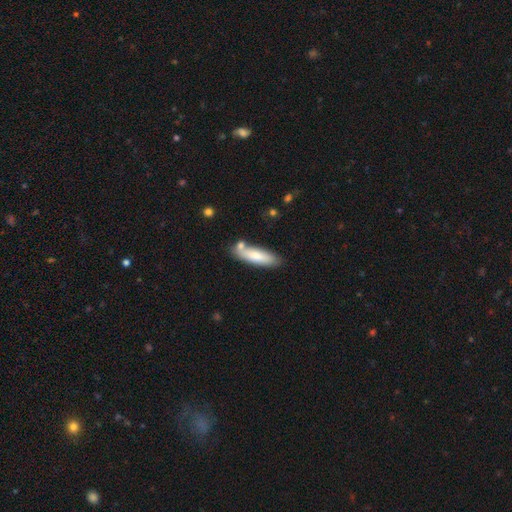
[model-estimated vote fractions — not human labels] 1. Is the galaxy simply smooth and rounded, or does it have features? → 77% smooth, 17% featured or disk, 6% star or artifact.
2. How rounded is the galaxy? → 60% cigar-shaped, 38% in between, 2% round.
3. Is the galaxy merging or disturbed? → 70% none, 14% minor disturbance, 13% merger, 3% major disturbance.